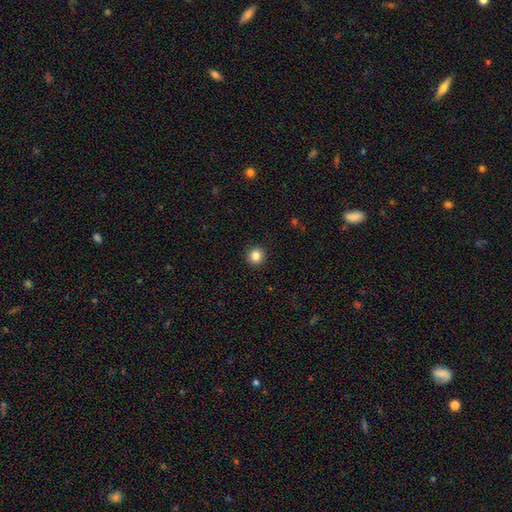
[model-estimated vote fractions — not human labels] smooth_or_featured: smooth (p=0.85) [alt: star or artifact p=0.11]
how_rounded: round (p=0.93) [alt: in between p=0.06]
merging: none (p=0.93) [alt: minor disturbance p=0.04]